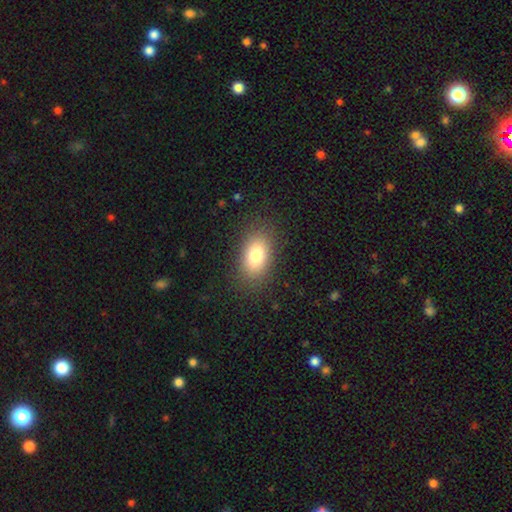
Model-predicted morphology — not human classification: A smooth galaxy with no disk features (79%) that is in between round and cigar-shaped (86%). Merging: none (85%).